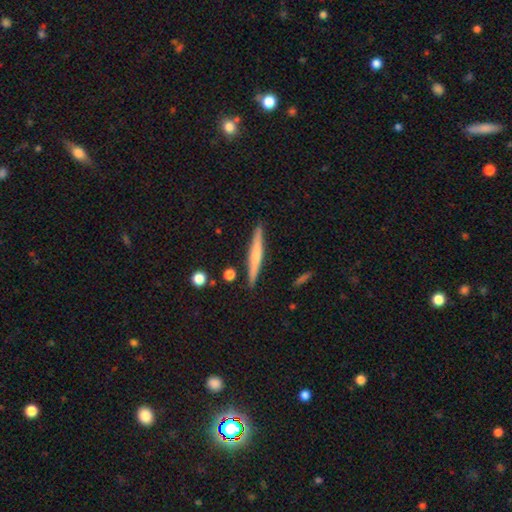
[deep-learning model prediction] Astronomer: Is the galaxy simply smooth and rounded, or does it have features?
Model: smooth — 51% (runner-up: featured or disk, 43%).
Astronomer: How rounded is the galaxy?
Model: cigar-shaped — 95%.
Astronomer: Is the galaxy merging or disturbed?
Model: none — 90%.